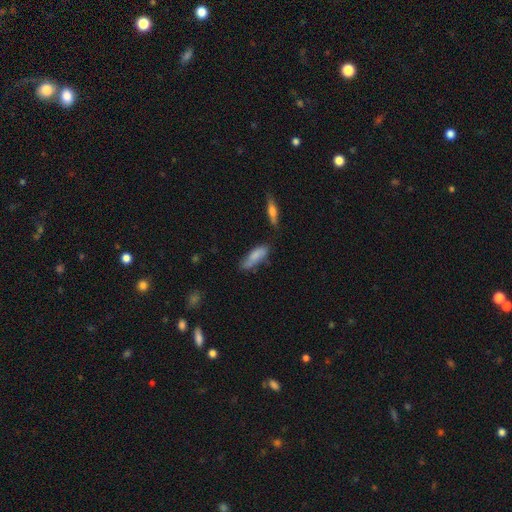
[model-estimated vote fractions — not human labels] smooth-or-featured: smooth: 76% | featured or disk: 18% | star or artifact: 7%
  how-rounded: in between: 51% | cigar-shaped: 47% | round: 2%
  merging: none: 57% | minor disturbance: 29% | merger: 8% | major disturbance: 7%